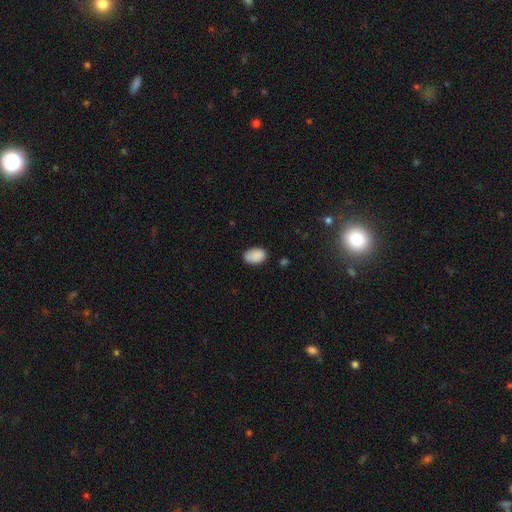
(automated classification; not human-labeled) smooth-or-featured: smooth: 88% | star or artifact: 8% | featured or disk: 4%
  how-rounded: in between: 85% | round: 14% | cigar-shaped: 1%
  merging: none: 76% | minor disturbance: 19% | major disturbance: 3% | merger: 2%